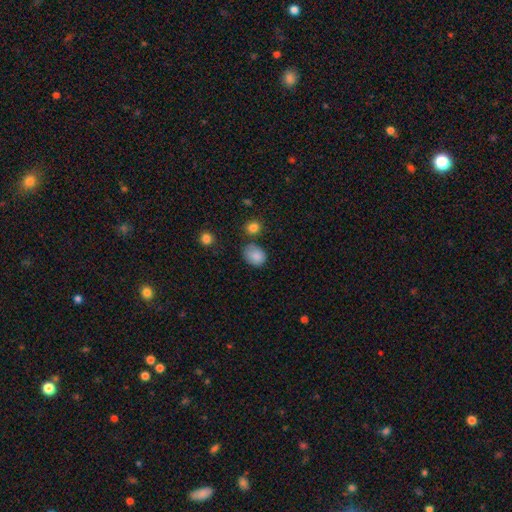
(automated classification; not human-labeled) smooth-or-featured: smooth: 85% | star or artifact: 9% | featured or disk: 5%
  how-rounded: in between: 50% | round: 49% | cigar-shaped: 1%
  merging: none: 67% | minor disturbance: 22% | merger: 6% | major disturbance: 5%